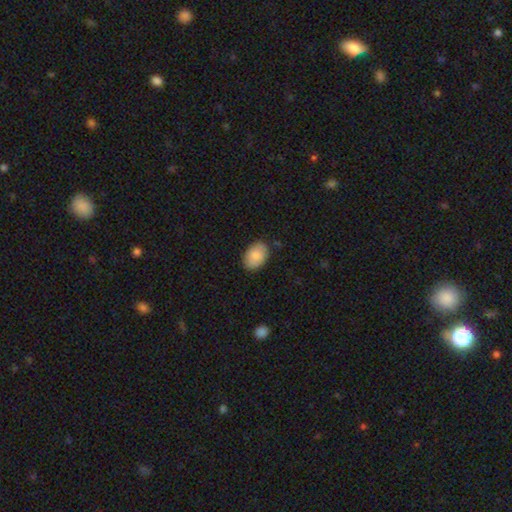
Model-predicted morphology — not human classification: This appears to be a smooth galaxy with no disk features (86%) that is in between round and cigar-shaped (85%). Merging: none (82%).